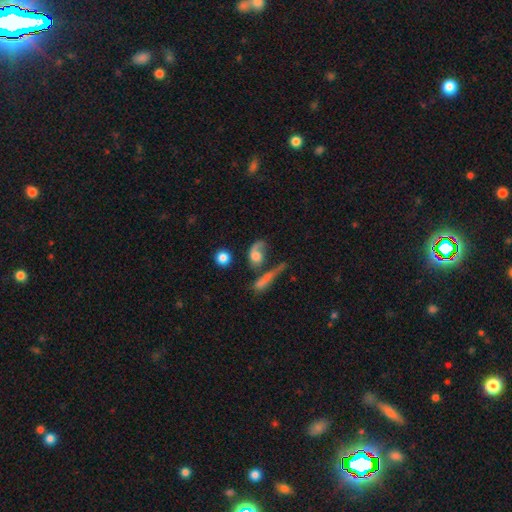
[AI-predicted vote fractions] Morphology: type=smooth (51%); roundness=in between (51%); merging=none (34%).